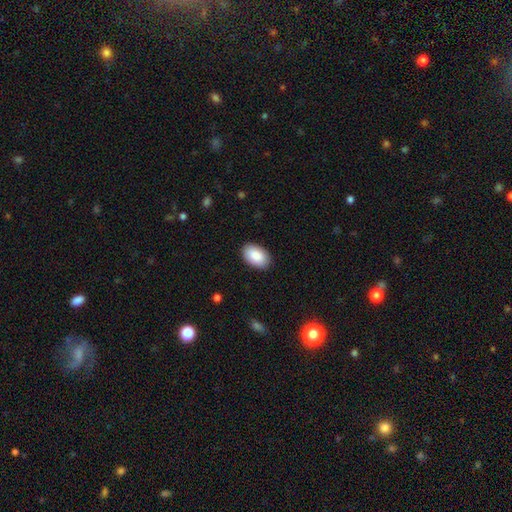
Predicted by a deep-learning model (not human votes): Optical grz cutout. It shows a smooth galaxy with no disk features (89%) that is in between round and cigar-shaped (94%). Merging: none (89%).